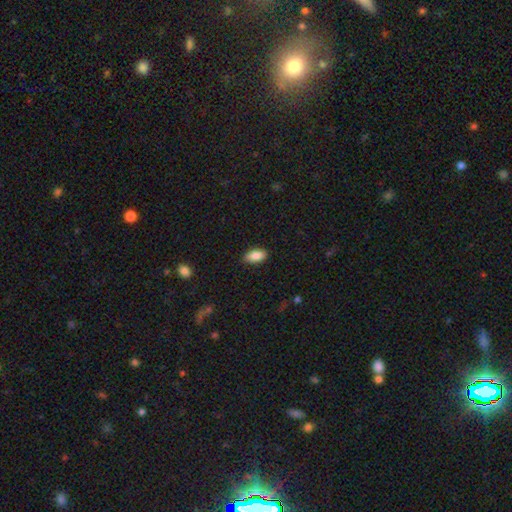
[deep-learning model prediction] Q: Smooth or featured?
A: smooth (87%); runner-up: star or artifact (7%)
Q: How rounded?
A: in between (92%); runner-up: cigar-shaped (5%)
Q: Merging?
A: none (87%); runner-up: minor disturbance (10%)